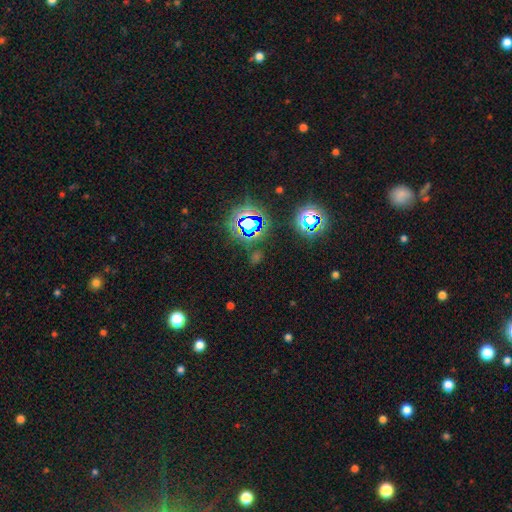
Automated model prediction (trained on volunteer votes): Smooth or featured? star or artifact (73%)